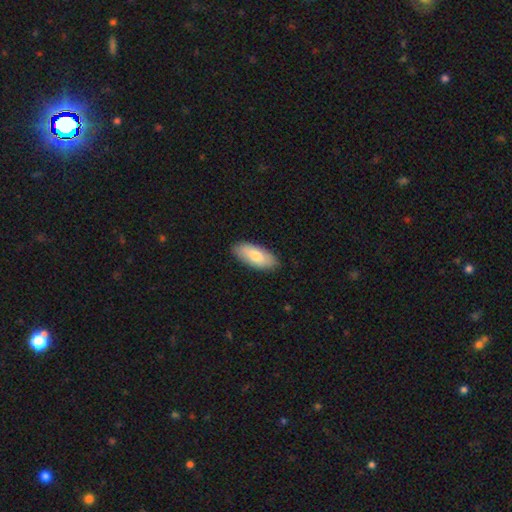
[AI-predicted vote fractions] Overall: smooth (73%). How rounded: in between (87%). Merging: none (87%).